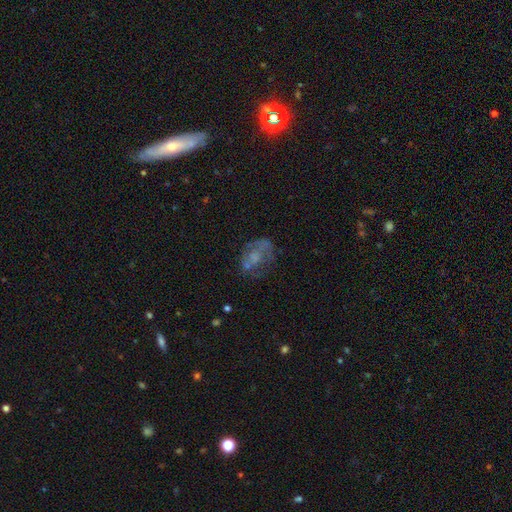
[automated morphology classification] type=featured or disk (53%); edge-on=no (97%); bar=no (86%); spiral arms=no (75%); bulge=none (41%); merging=none (43%).